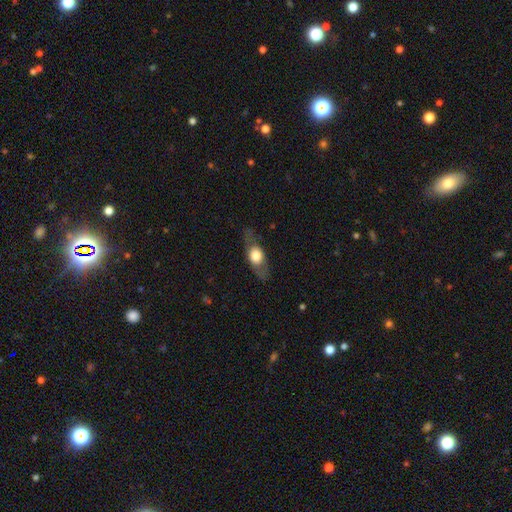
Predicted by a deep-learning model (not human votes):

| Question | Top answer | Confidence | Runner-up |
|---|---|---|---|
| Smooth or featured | smooth | 49% | featured or disk (45%) |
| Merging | none | 76% | minor disturbance (16%) |